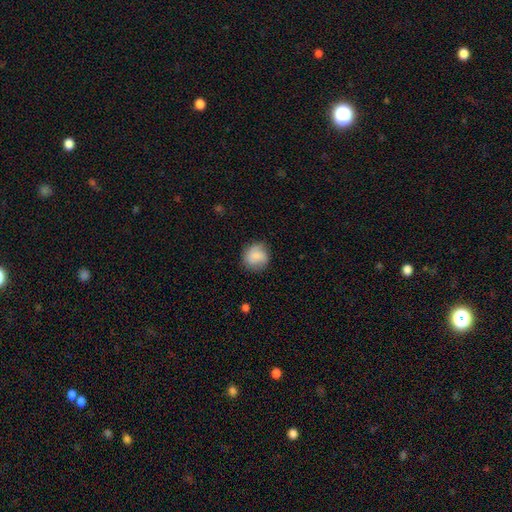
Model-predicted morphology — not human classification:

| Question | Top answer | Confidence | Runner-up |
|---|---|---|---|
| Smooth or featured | smooth | 79% | featured or disk (13%) |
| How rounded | round | 86% | in between (13%) |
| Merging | none | 78% | minor disturbance (16%) |